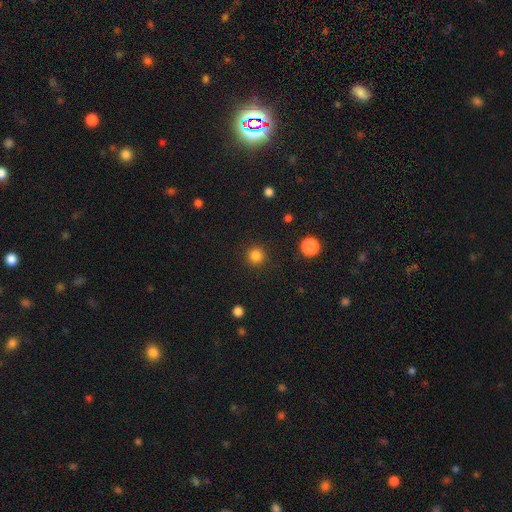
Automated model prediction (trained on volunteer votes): This appears to be a smooth galaxy with no disk features (84%) that is round (95%). Merging: none (91%).